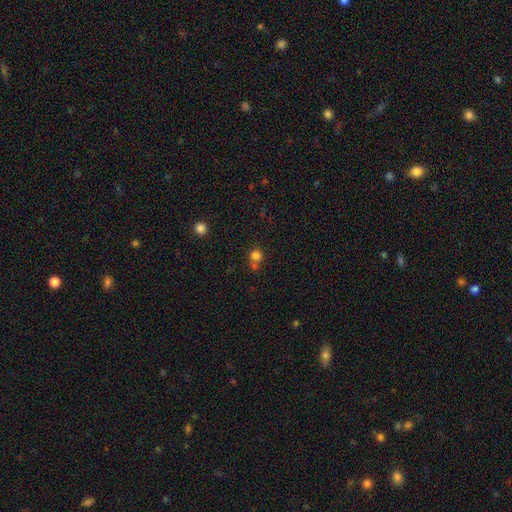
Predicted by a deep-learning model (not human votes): Smooth or featured: smooth — 79% (star or artifact — 15%)
How rounded: round — 87% (in between — 12%)
Merging: none — 57% (merger — 29%)